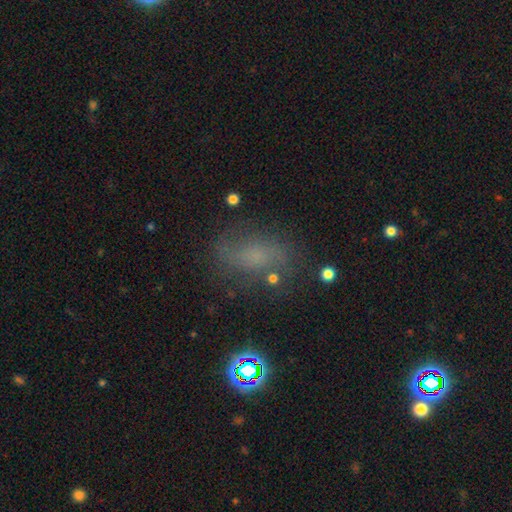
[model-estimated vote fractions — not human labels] smooth_or_featured: smooth (p=0.47) [alt: featured or disk p=0.30]
merging: none (p=0.64) [alt: minor disturbance p=0.21]